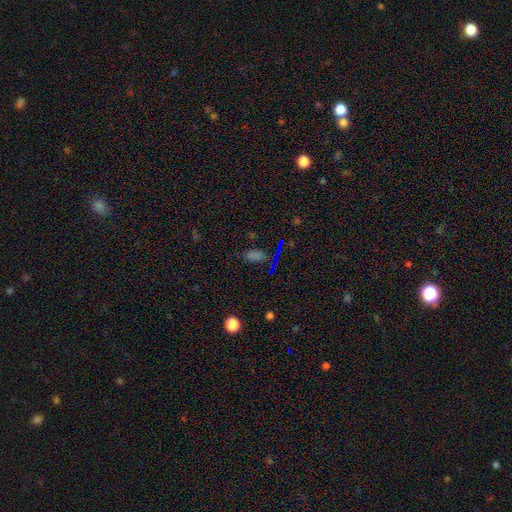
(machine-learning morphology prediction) Smooth or featured: star or artifact — 44% (tied with smooth — 44%)